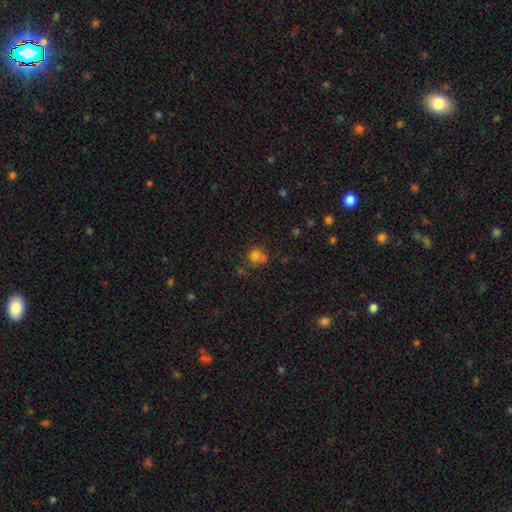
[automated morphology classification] Smooth or featured? Predicted: smooth (p=0.73). How rounded? Predicted: round (p=0.78). Merging? Predicted: none (p=0.46).